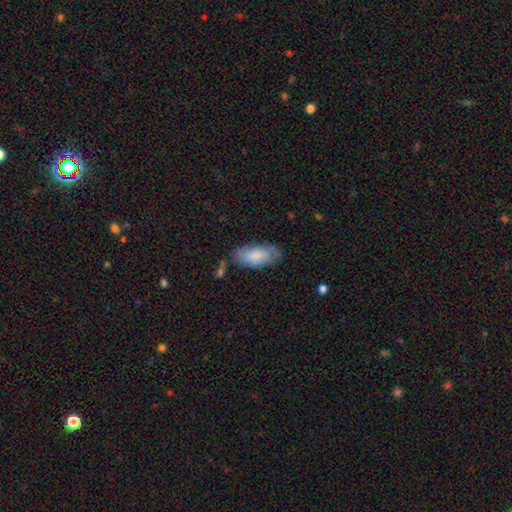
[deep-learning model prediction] The model was most divided on "merging": none: 71%, minor disturbance: 22%, major disturbance: 5%, merger: 3%. More confident: how rounded — in between (90%); smooth or featured — smooth (78%).